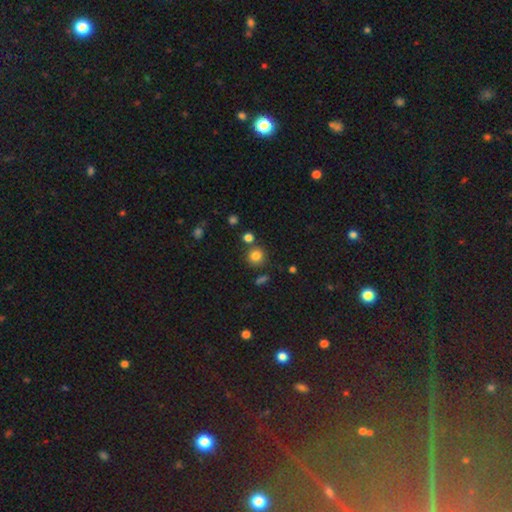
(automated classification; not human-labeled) A smooth galaxy with no disk features (81%) that is round (90%). Merging: none (78%).